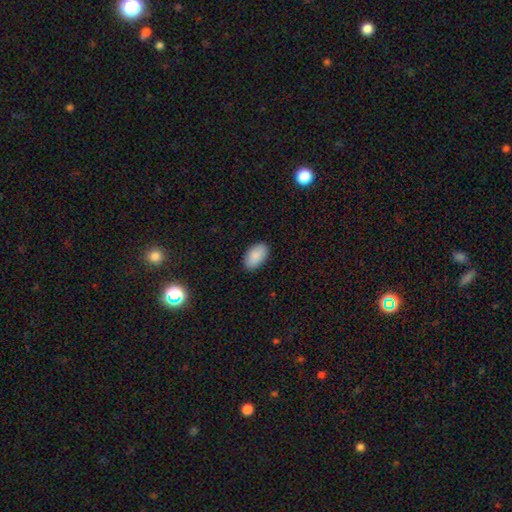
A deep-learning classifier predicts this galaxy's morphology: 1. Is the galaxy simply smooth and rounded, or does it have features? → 89% smooth, 6% star or artifact, 5% featured or disk.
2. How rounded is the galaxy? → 95% in between, 4% round, 1% cigar-shaped.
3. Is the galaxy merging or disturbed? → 88% none, 9% minor disturbance, 2% major disturbance, 1% merger.